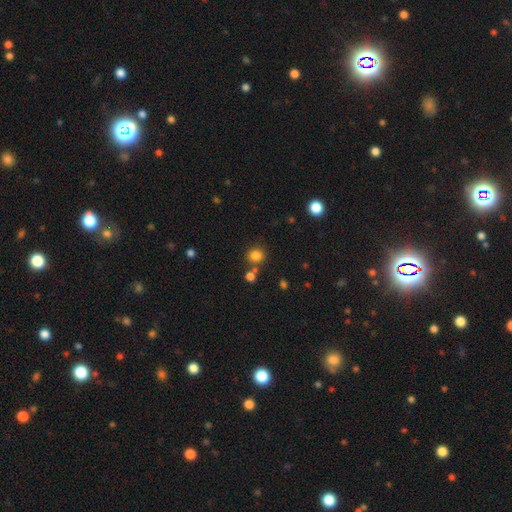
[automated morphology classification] smooth-or-featured: smooth: 82% | star or artifact: 13% | featured or disk: 5%
  how-rounded: round: 79% | in between: 20% | cigar-shaped: 1%
  merging: none: 73% | merger: 14% | minor disturbance: 10% | major disturbance: 4%